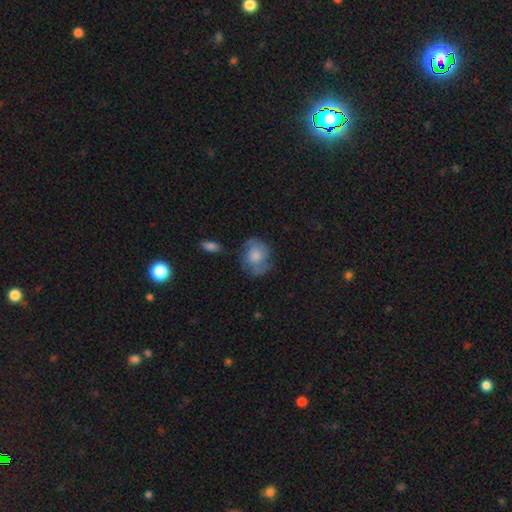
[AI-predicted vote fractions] Morphology: type=smooth (62%); roundness=round (66%); merging=none (58%).